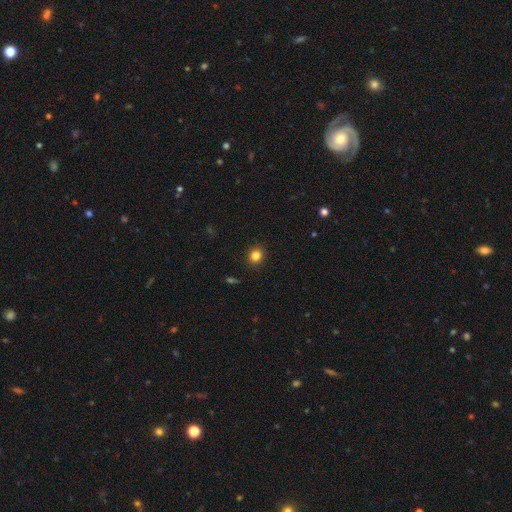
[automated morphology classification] Smooth or featured? Predicted: smooth (p=0.83). How rounded? Predicted: round (p=0.84). Merging? Predicted: none (p=0.91).